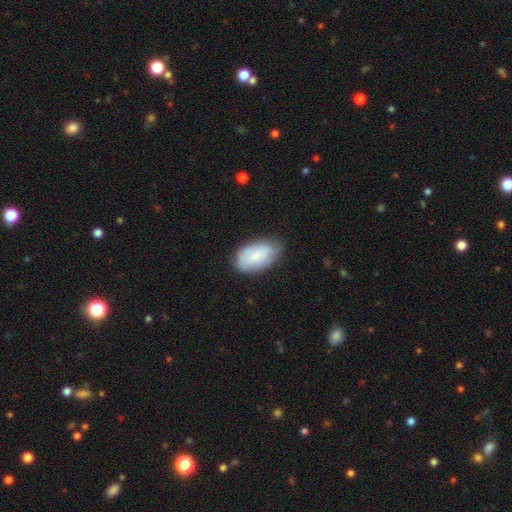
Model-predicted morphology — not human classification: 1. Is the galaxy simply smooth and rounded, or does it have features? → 72% smooth, 21% featured or disk, 7% star or artifact.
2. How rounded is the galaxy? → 94% in between, 4% round, 2% cigar-shaped.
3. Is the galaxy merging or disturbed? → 73% none, 21% minor disturbance, 4% major disturbance, 1% merger.